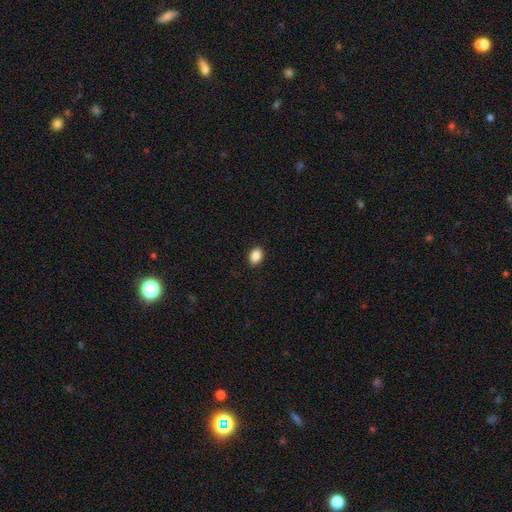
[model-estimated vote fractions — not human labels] The model was most divided on "how rounded": in between: 80%, round: 19%, cigar-shaped: 1%. More confident: merging — none (90%); smooth or featured — smooth (88%).